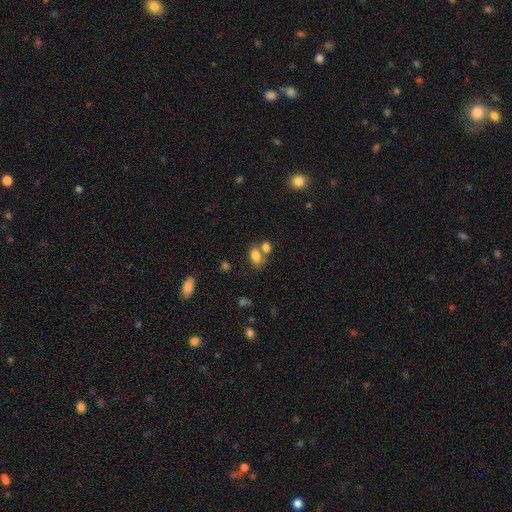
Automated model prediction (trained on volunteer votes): Morphology: type=smooth (80%); roundness=in between (82%); merging=none (42%).